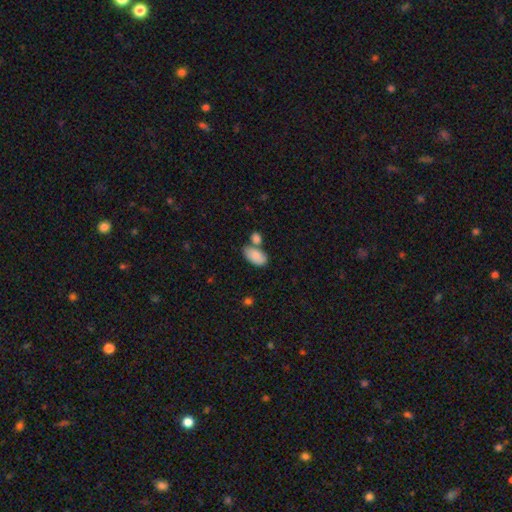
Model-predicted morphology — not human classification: Q: Smooth or featured?
A: smooth (85%); runner-up: featured or disk (9%)
Q: How rounded?
A: in between (94%); runner-up: round (4%)
Q: Merging?
A: none (46%); runner-up: merger (34%)